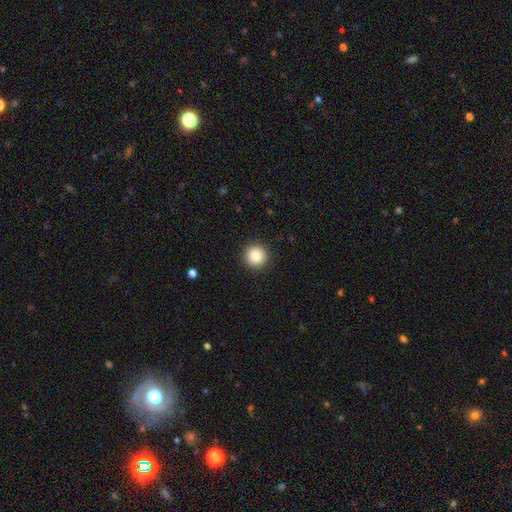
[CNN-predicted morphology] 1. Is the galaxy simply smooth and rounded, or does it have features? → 86% smooth, 9% star or artifact, 4% featured or disk.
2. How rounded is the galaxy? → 96% round, 3% in between, 1% cigar-shaped.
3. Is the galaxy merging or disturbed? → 93% none, 5% minor disturbance, 2% major disturbance, 1% merger.